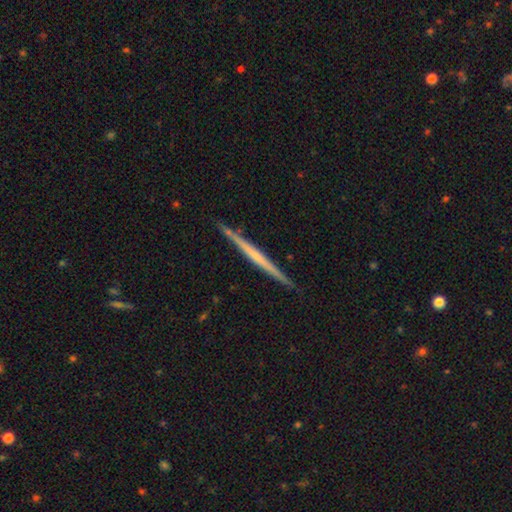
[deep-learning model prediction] This is likely a featured or disk galaxy (64%). It is clearly viewed edge-on (98%). Edge-on bulge: likely none (78%). Merging: clearly none (90%).